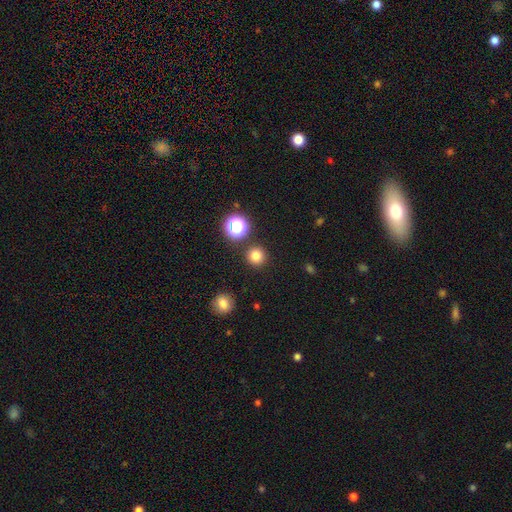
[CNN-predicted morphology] smooth_or_featured: smooth (p=0.77) [alt: star or artifact p=0.18]
how_rounded: round (p=0.95) [alt: in between p=0.04]
merging: none (p=0.89) [alt: minor disturbance p=0.05]